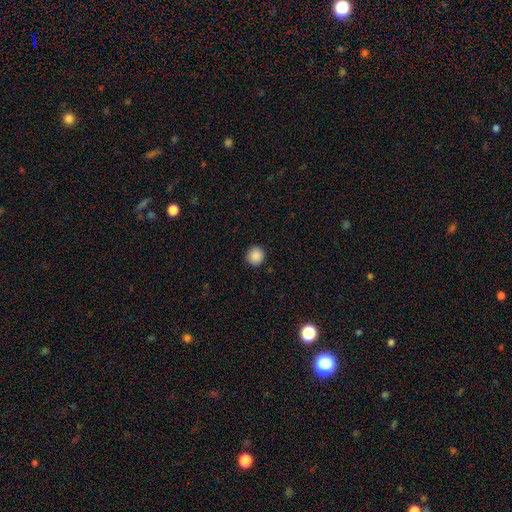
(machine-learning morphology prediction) Smooth or featured: smooth — 89% (star or artifact — 9%)
How rounded: round — 92% (in between — 7%)
Merging: none — 90% (minor disturbance — 7%)